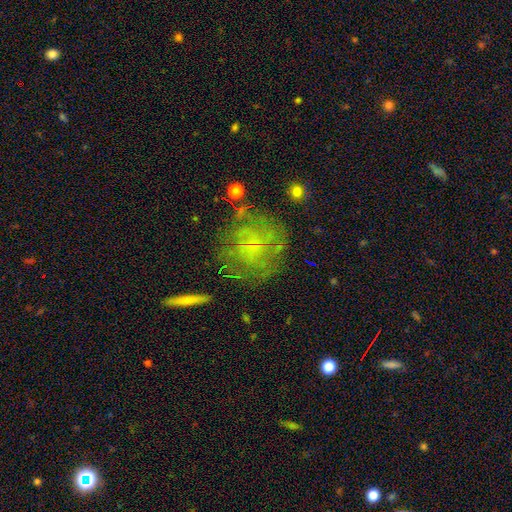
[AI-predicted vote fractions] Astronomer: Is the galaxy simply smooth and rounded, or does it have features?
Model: featured or disk — 51% (runner-up: smooth, 30%).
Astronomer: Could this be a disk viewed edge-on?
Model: no — 95%.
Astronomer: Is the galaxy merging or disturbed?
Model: none — 71%.